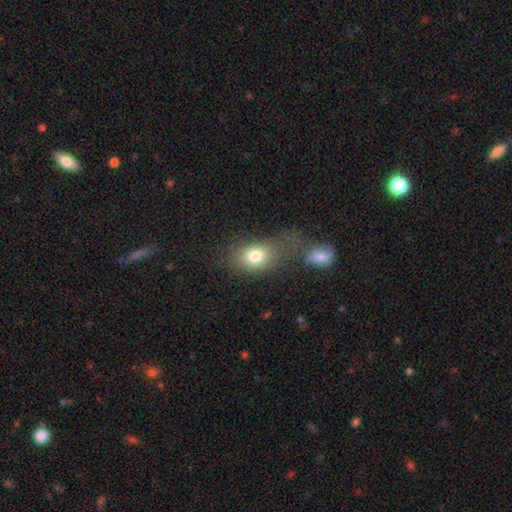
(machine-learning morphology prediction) type=smooth (78%); roundness=in between (73%); merging=none (42%).